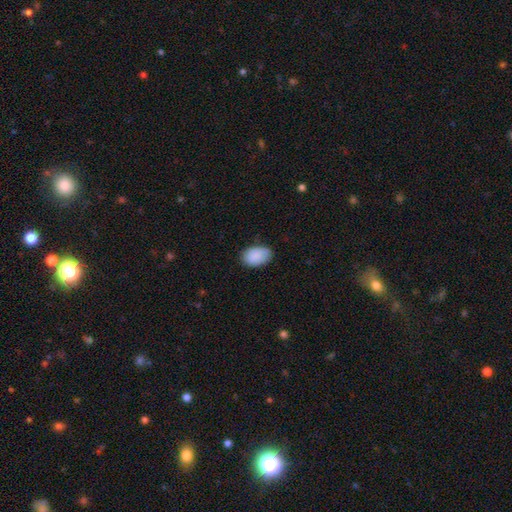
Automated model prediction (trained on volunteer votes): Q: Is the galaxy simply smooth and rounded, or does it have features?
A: smooth — 89%.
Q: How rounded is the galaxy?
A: in between — 88%.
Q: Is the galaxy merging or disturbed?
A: none — 79%.